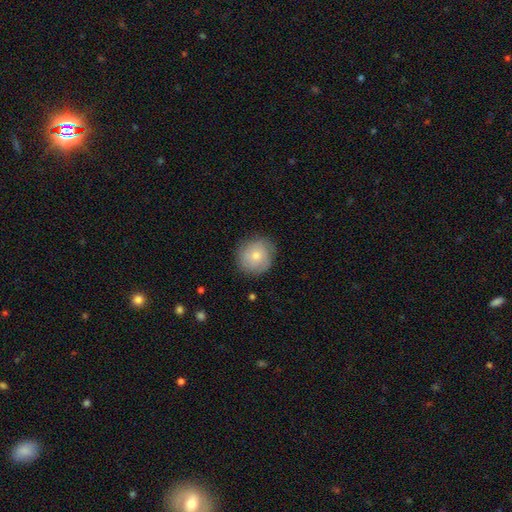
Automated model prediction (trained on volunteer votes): A smooth galaxy with no disk features (71%) that is round (90%). Merging: none (81%).